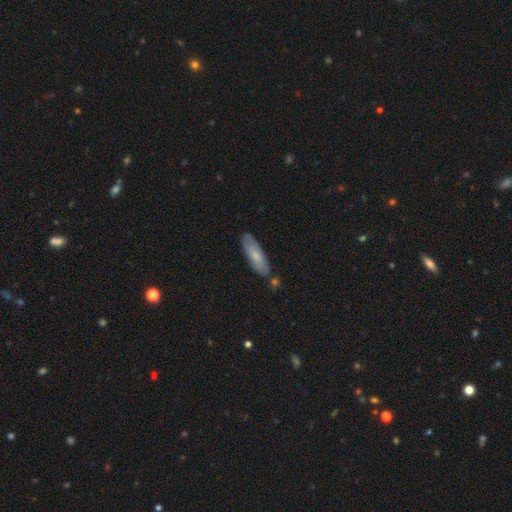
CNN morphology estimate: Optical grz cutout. It shows a smooth galaxy with no disk features (64%) that is cigar-shaped (53%). Merging: none (78%).